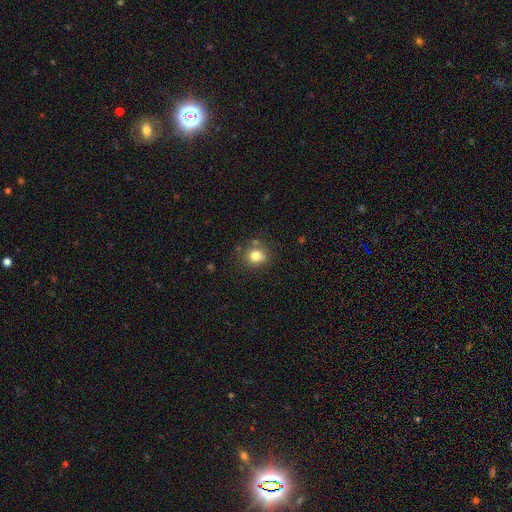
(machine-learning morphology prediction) type=smooth (80%); roundness=round (76%); merging=none (73%).